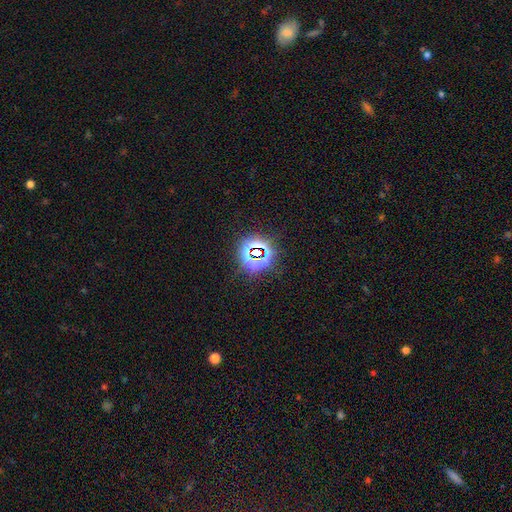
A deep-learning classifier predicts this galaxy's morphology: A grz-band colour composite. It shows a star or artifact, not a galaxy (77%).